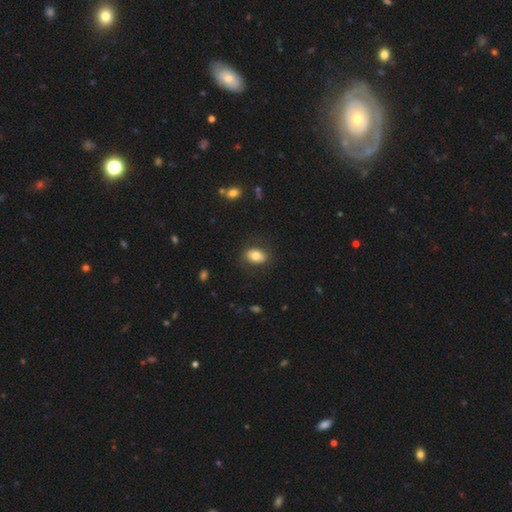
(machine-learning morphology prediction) smooth_or_featured: smooth (p=0.76) [alt: featured or disk p=0.16]
how_rounded: in between (p=0.79) [alt: round p=0.20]
merging: none (p=0.81) [alt: minor disturbance p=0.13]